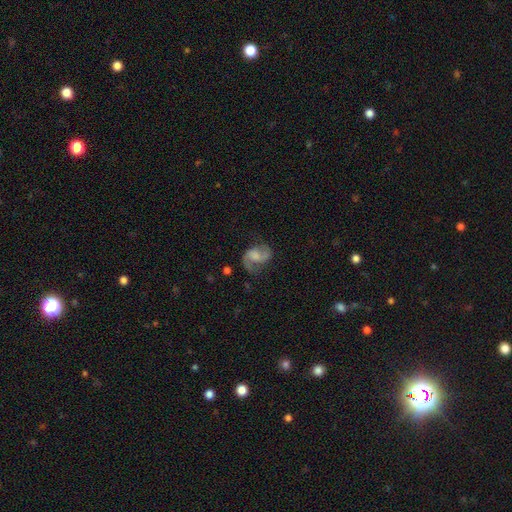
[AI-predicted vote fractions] A featured or disk galaxy (77%) with no bar (49%), 2 (87%) medium (48%) spiral arms (94%) and a moderate central bulge (32%).

Vote fractions:
- Smooth or featured? featured or disk: 77% / smooth: 16% / star or artifact: 7%
- Edge-on disk? no: 98% / yes: 2%
- Bar? no: 49% / weak: 41% / strong: 10%
- Spiral arms? yes: 94% / no: 6%
- Spiral winding? medium: 48% / loose: 40% / tight: 12%
- Spiral arm count? 2: 87% / 1: 7% / can't tell: 4% / 3: 1% / 4: 1% / more than 4: 1%
- Bulge size? moderate: 32% / none: 27% / small: 25% / large: 14% / dominant: 2%
- Merging? none: 64% / minor disturbance: 20% / major disturbance: 14% / merger: 2%